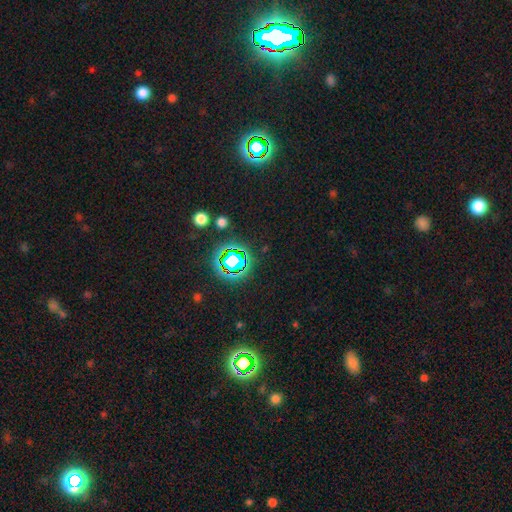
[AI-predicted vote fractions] smooth_or_featured: star or artifact (p=0.78) [alt: smooth p=0.14]